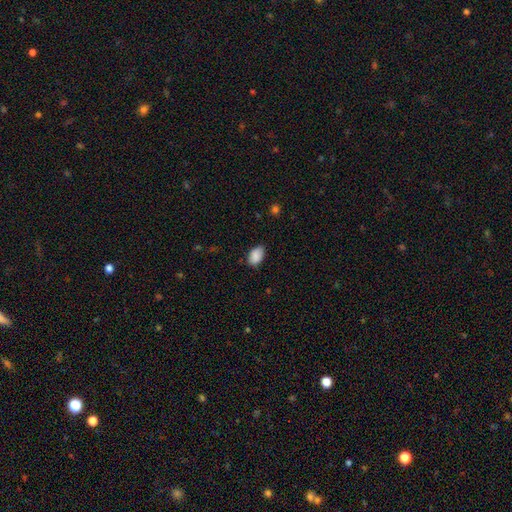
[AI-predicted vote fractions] A smooth galaxy with no disk features (89%) that is in between round and cigar-shaped (91%). Merging: none (77%).